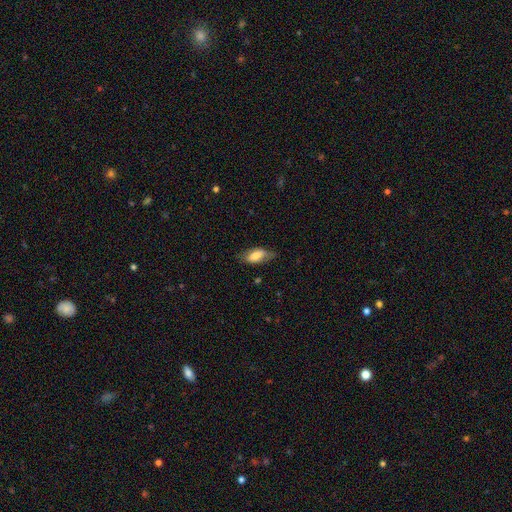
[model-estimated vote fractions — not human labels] The model was most divided on "merging": none: 63%, minor disturbance: 27%, major disturbance: 9%, merger: 1%. More confident: how rounded — in between (85%); smooth or featured — smooth (71%).